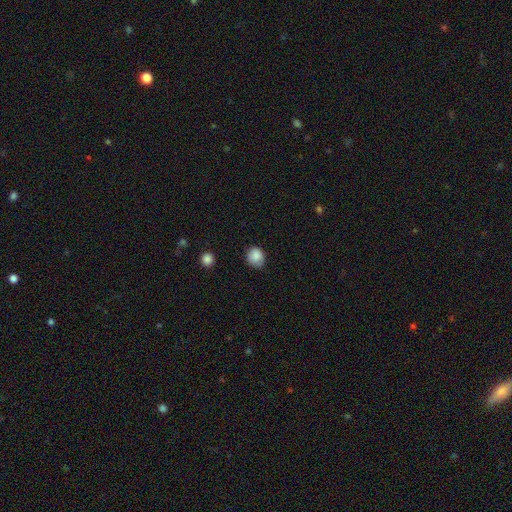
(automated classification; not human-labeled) Overall: smooth (87%). How rounded: round (72%). Merging: none (71%).